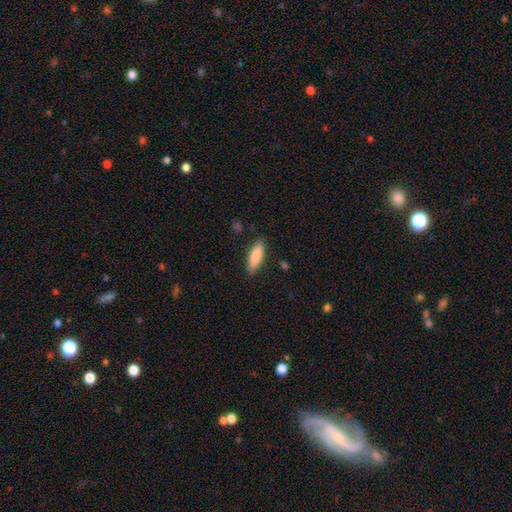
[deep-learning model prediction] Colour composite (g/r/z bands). It shows a smooth galaxy with no disk features (84%) that is cigar-shaped (50%). Merging: none (86%).